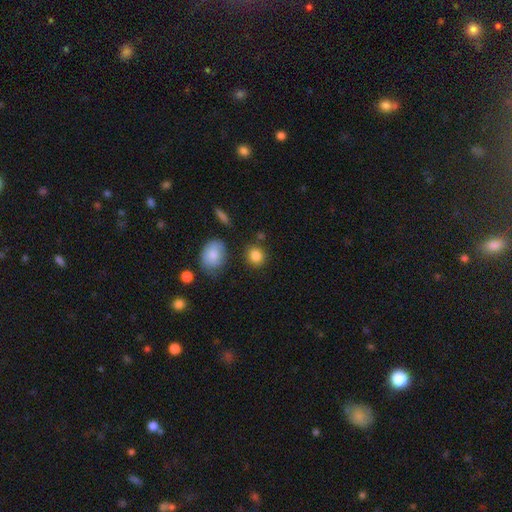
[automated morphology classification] This appears to be a smooth galaxy with no disk features (86%) that is round (78%). Merging: none (81%).